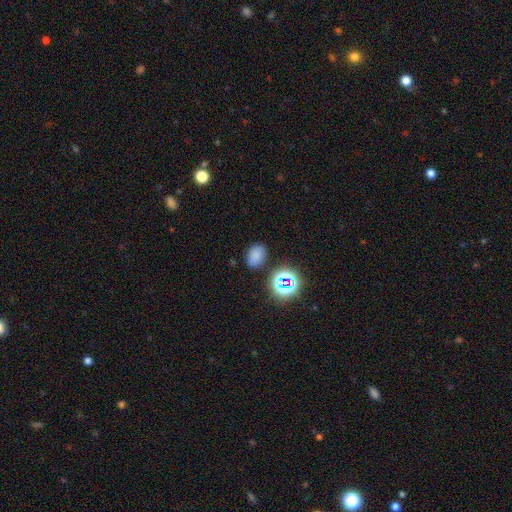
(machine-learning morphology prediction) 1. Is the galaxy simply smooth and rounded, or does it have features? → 75% smooth, 19% star or artifact, 6% featured or disk.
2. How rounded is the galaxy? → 79% in between, 20% round, 1% cigar-shaped.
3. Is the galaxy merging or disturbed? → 81% none, 12% minor disturbance, 4% merger, 4% major disturbance.